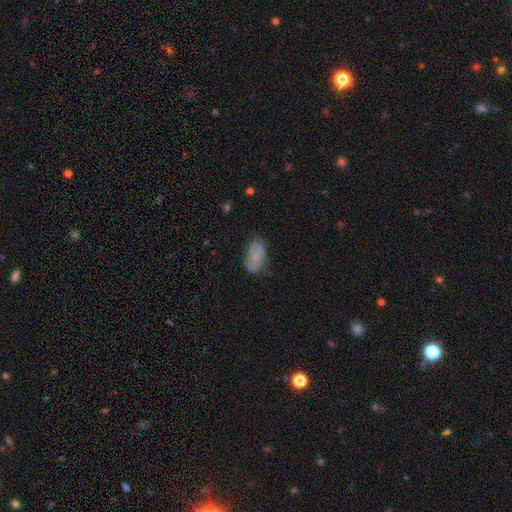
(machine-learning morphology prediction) smooth 58%, featured or disk 34%, star or artifact 8%. Down the decision tree: how rounded — in between (92%); merging — none (65%).